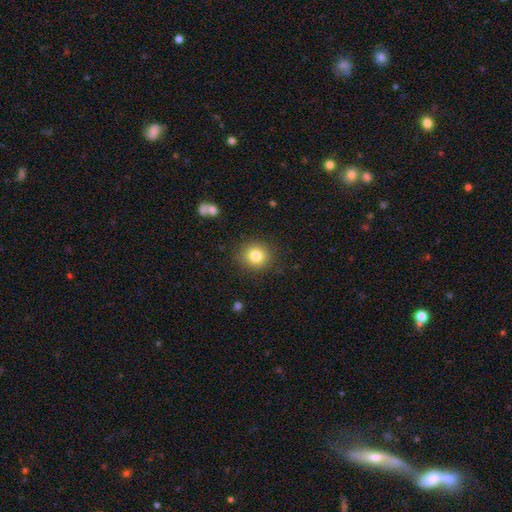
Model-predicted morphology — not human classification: This appears to be a smooth galaxy with no disk features (81%) that is round (84%). Merging: none (88%).